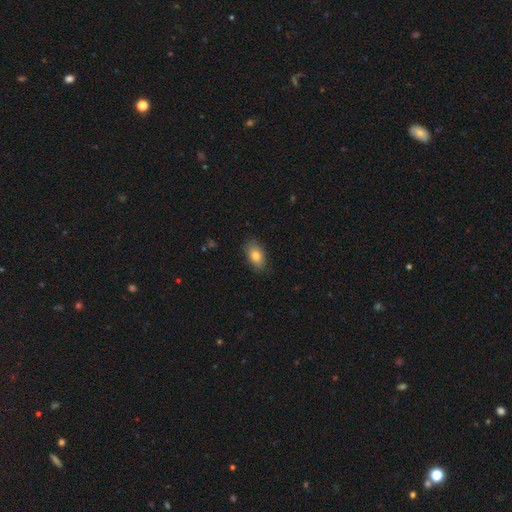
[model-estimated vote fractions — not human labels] Smooth or featured? Predicted: smooth (p=0.80). How rounded? Predicted: in between (p=0.90). Merging? Predicted: none (p=0.83).